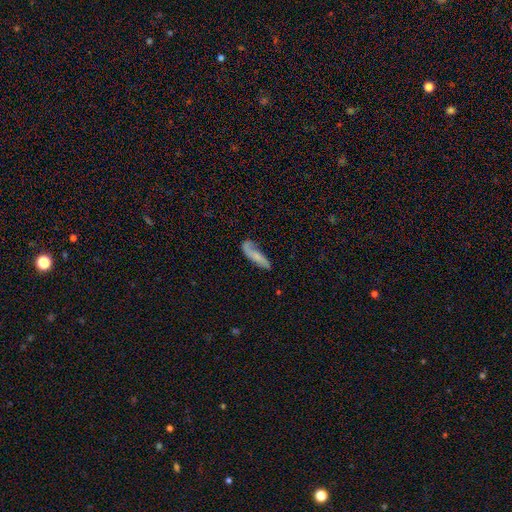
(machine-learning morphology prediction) Overall: smooth (52%; featured or disk 40%). How rounded: cigar-shaped (60%; in between 38%). Merging: none (51%; minor disturbance 27%).